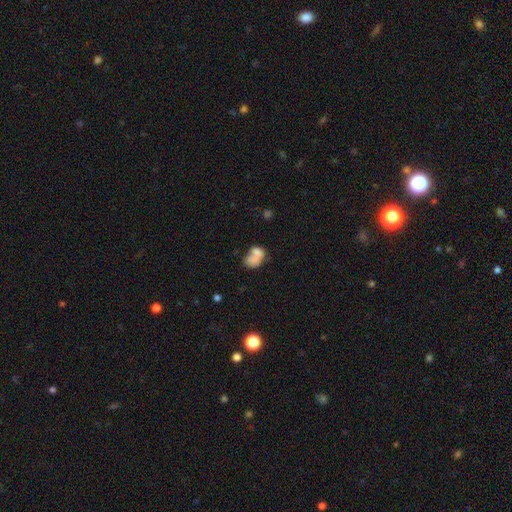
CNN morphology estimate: This appears to be a smooth galaxy with no disk features (70%) that is in between round and cigar-shaped (75%). Merging: merger (46%).